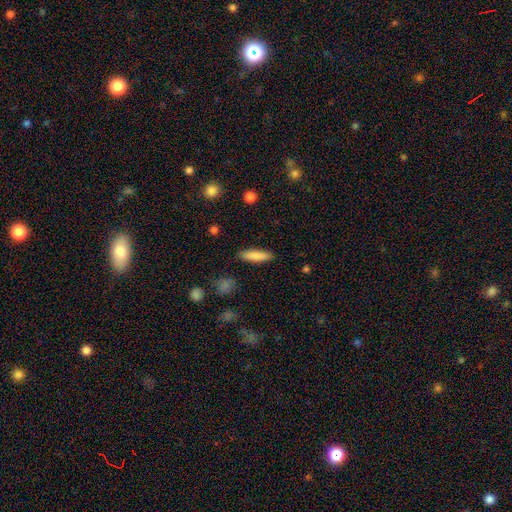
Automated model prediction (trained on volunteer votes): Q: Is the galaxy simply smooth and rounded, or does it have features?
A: smooth — 83%.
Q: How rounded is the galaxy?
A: cigar-shaped — 70%.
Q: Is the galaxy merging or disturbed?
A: none — 89%.